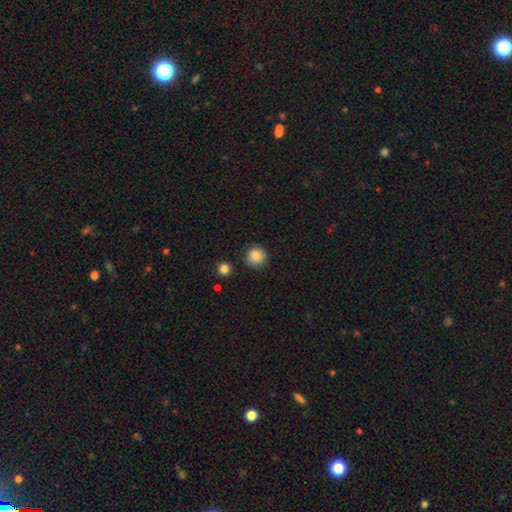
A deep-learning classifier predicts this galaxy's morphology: This appears to be a smooth galaxy with no disk features (87%) that is round (94%). Merging: none (87%).